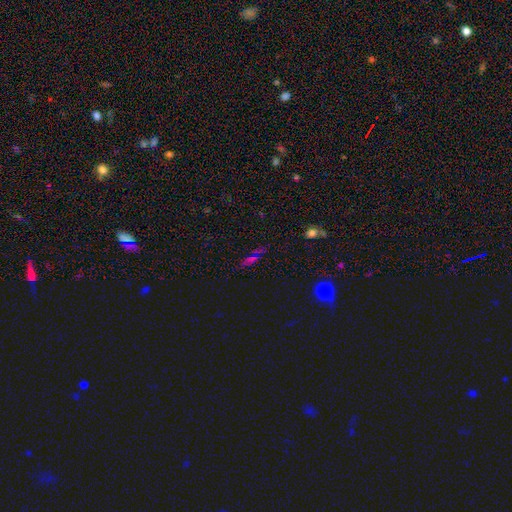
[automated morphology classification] Smooth or featured? star or artifact (42%)